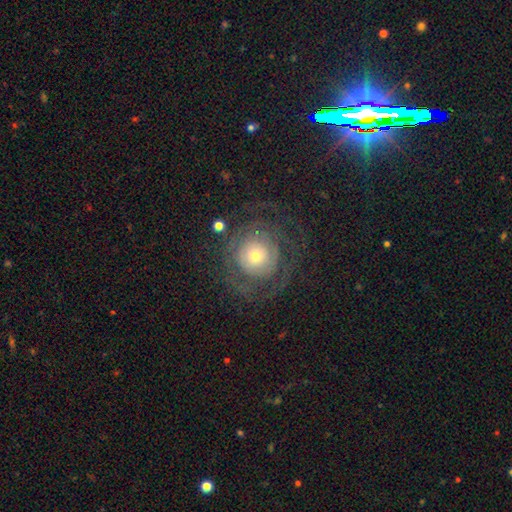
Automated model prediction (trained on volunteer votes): smooth_or_featured: featured or disk (p=0.65) [alt: smooth p=0.26]
disk_edge_on: no (p=0.97) [alt: yes p=0.03]
bar: no (p=0.85) [alt: weak p=0.11]
has_spiral_arms: yes (p=0.73) [alt: no p=0.27]
bulge_size: small (p=0.44) [alt: moderate p=0.41]
merging: none (p=0.68) [alt: major disturbance p=0.18]